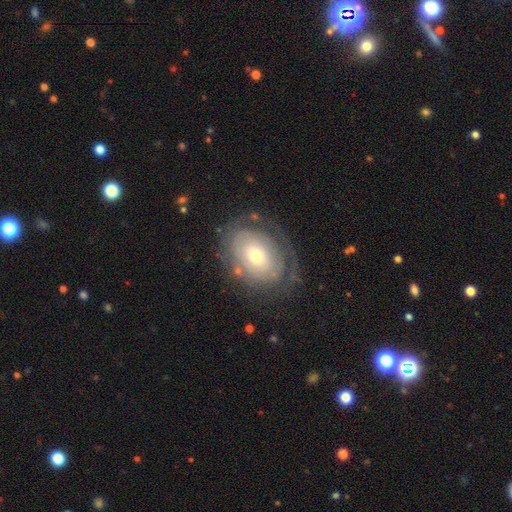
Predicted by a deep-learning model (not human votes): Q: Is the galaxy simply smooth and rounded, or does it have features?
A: featured or disk — 62%.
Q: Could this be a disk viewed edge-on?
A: no — 94%.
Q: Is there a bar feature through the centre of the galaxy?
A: no — 79%.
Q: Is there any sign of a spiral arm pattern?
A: yes — 58%.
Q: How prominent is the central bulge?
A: moderate — 53%.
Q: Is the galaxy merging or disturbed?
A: none — 67%.